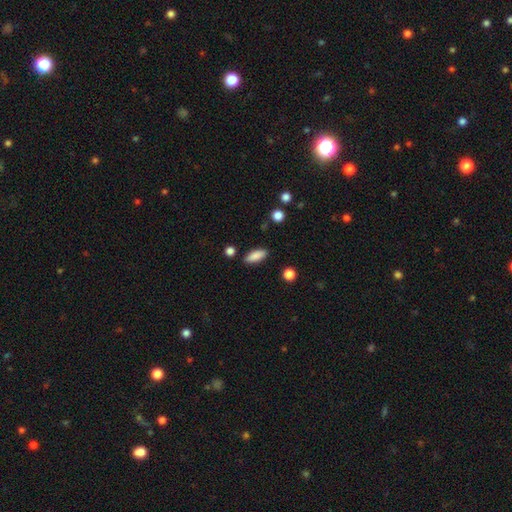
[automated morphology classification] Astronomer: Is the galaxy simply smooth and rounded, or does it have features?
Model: smooth — 86%.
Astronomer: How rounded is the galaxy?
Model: in between — 73%.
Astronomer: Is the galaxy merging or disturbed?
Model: none — 86%.